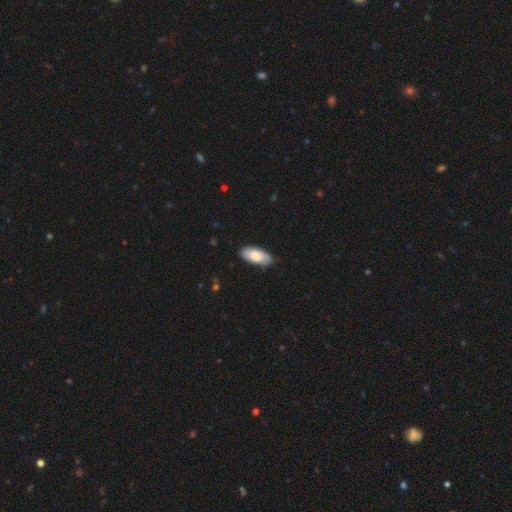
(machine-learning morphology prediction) The model was most divided on "merging": none: 80%, minor disturbance: 16%, major disturbance: 2%, merger: 1%. More confident: how rounded — in between (90%); smooth or featured — smooth (80%).